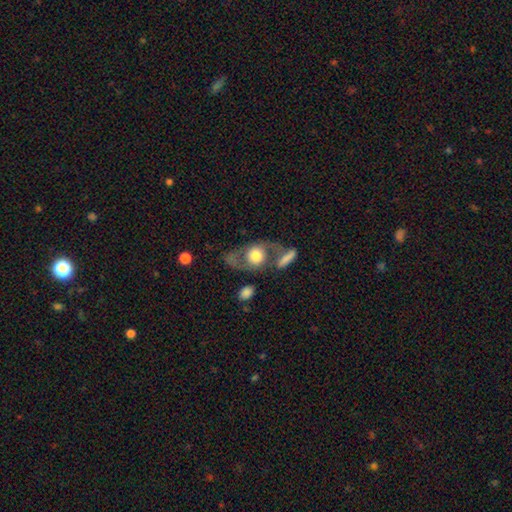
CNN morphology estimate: smooth_or_featured: featured or disk (p=0.53) [alt: smooth p=0.39]
disk_edge_on: no (p=0.87) [alt: yes p=0.13]
merging: none (p=0.45) [alt: major disturbance p=0.20]